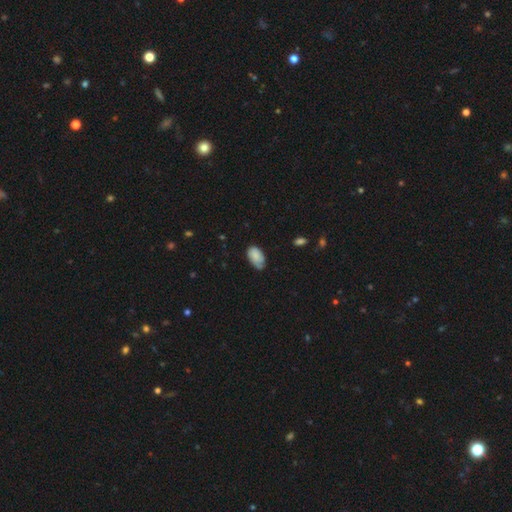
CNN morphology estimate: smooth-or-featured: smooth: 78% | featured or disk: 15% | star or artifact: 7%
  how-rounded: in between: 94% | round: 5% | cigar-shaped: 2%
  merging: none: 54% | minor disturbance: 36% | major disturbance: 9% | merger: 2%